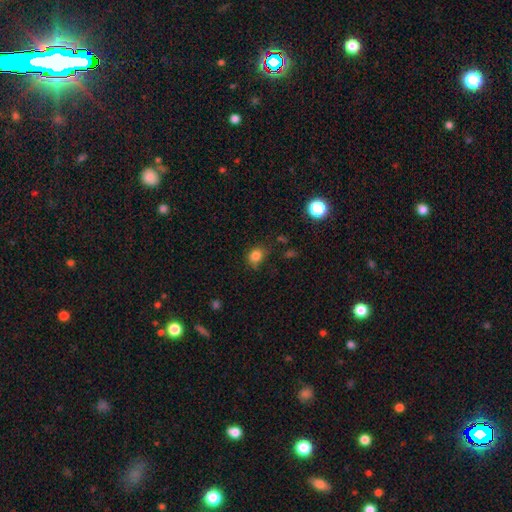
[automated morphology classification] Smooth or featured: smooth — 82% (star or artifact — 12%)
How rounded: round — 58% (in between — 41%)
Merging: none — 68% (minor disturbance — 23%)